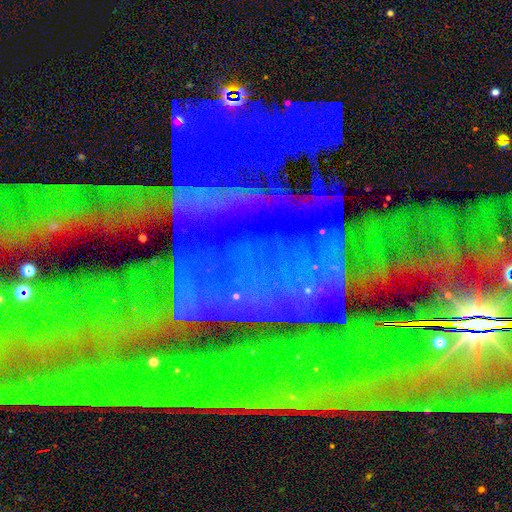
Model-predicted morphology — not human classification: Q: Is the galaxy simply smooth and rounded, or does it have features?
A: star or artifact — 82%.